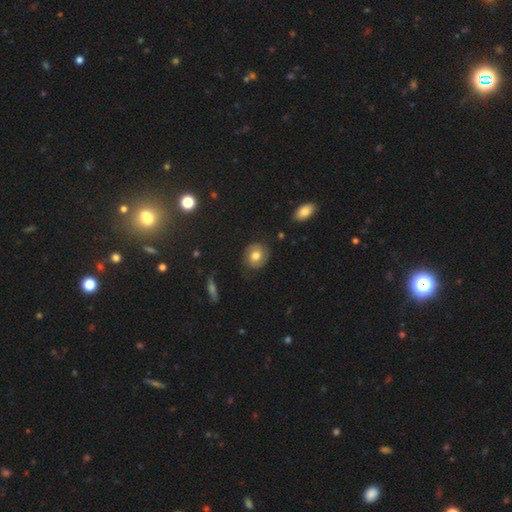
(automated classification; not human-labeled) smooth_or_featured: smooth (p=0.56) [alt: featured or disk p=0.35]
how_rounded: round (p=0.71) [alt: in between p=0.28]
merging: none (p=0.81) [alt: minor disturbance p=0.13]